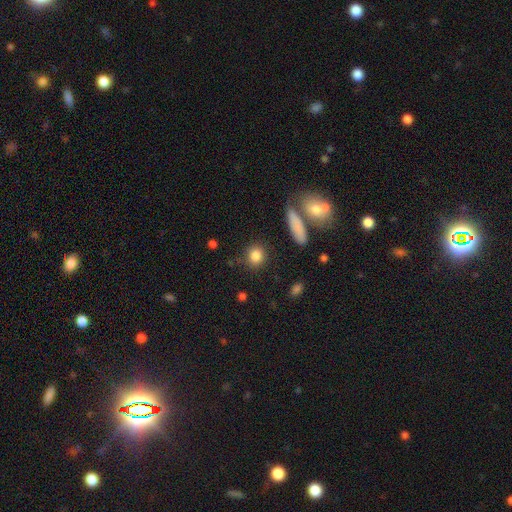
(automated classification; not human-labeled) This appears to be a smooth galaxy with no disk features (84%) that is round (79%). Merging: none (82%).